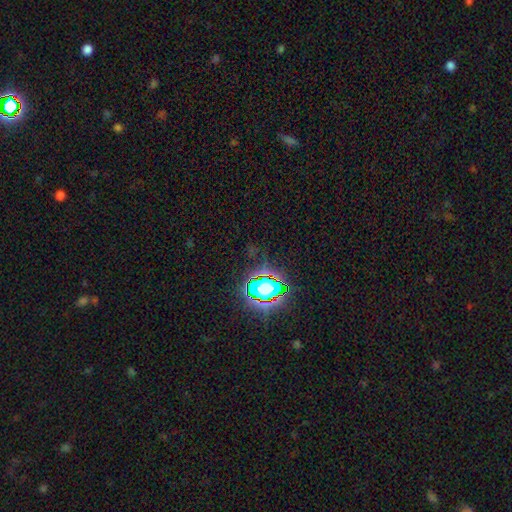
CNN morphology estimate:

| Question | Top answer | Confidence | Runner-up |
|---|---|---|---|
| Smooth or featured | star or artifact | 79% | smooth (13%) |